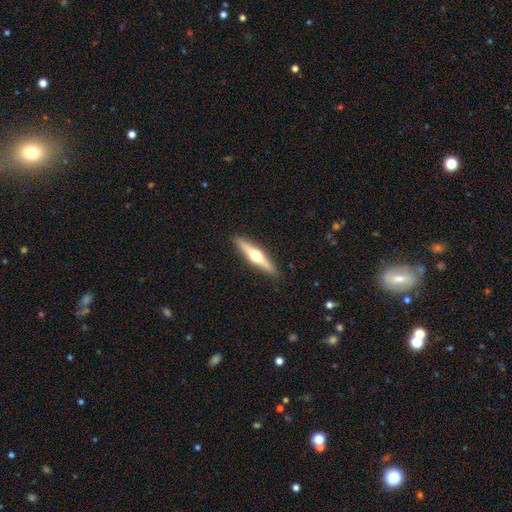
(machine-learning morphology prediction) Smooth or featured: featured or disk — 67% (smooth — 28%)
Edge-on disk: yes — 97% (no — 3%)
Edge-on bulge: rounded — 95% (none — 2%)
Merging: none — 91% (minor disturbance — 7%)